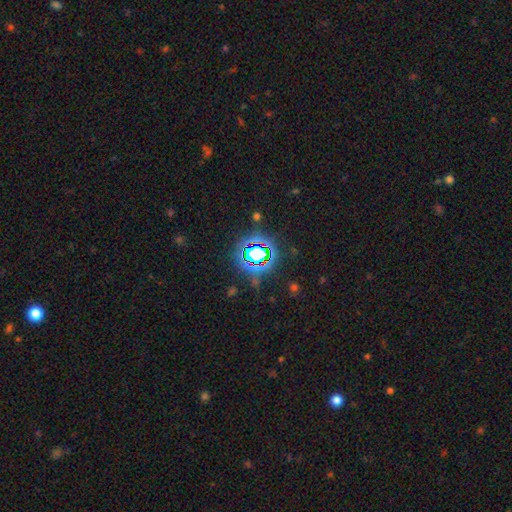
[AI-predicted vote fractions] Smooth or featured?
  - star or artifact: 72% *
  - smooth: 18%
  - featured or disk: 10%